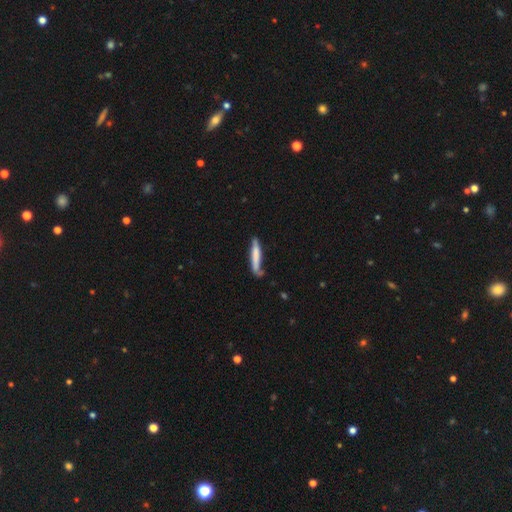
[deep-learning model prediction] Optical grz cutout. It shows a smooth galaxy with no disk features (69%) that is cigar-shaped (92%). Merging: none (63%).